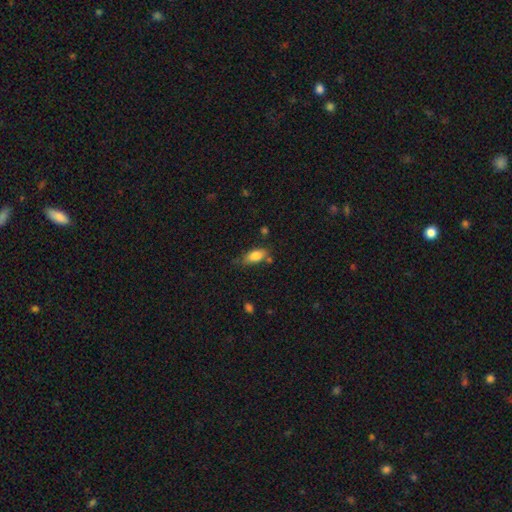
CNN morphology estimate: Smooth or featured: smooth — 81% (featured or disk — 11%)
How rounded: in between — 85% (cigar-shaped — 11%)
Merging: none — 61% (minor disturbance — 25%)